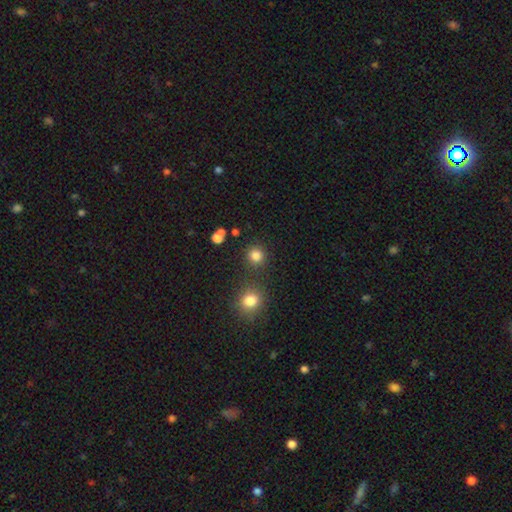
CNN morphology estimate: The model was most divided on "smooth or featured": smooth: 82%, star or artifact: 14%, featured or disk: 4%. More confident: how rounded — round (91%); merging — none (82%).